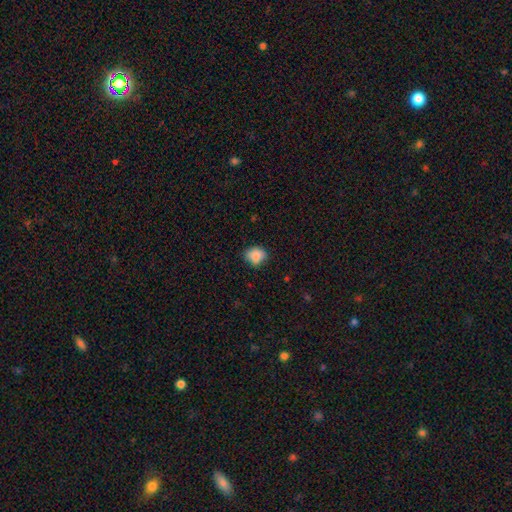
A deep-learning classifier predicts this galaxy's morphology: smooth-or-featured: smooth: 86% | star or artifact: 9% | featured or disk: 5%
  how-rounded: round: 60% | in between: 39% | cigar-shaped: 1%
  merging: none: 75% | minor disturbance: 20% | major disturbance: 4% | merger: 1%